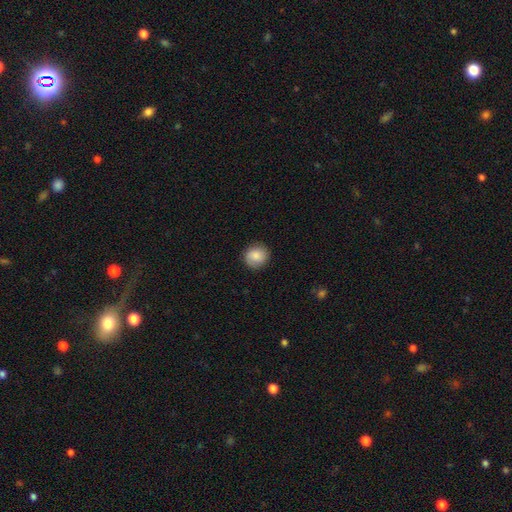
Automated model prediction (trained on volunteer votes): Smooth or featured? smooth (83%)
How rounded? round (90%)
Merging? none (88%)